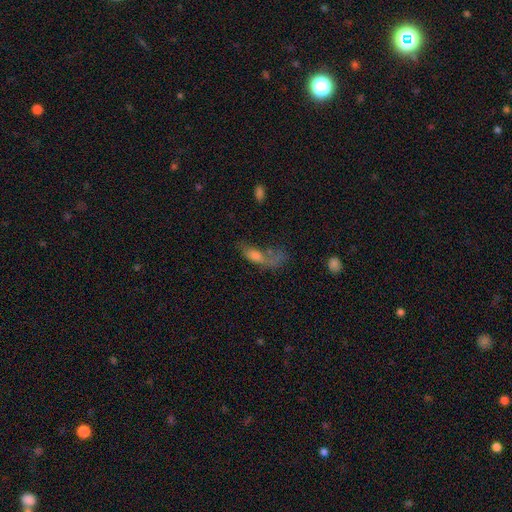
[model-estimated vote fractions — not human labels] Smooth or featured? Predicted: smooth (p=0.53). How rounded? Predicted: in between (p=0.66). Merging? Predicted: major disturbance (p=0.50).